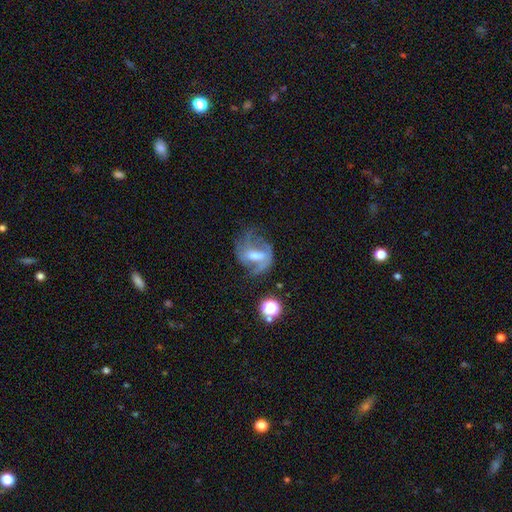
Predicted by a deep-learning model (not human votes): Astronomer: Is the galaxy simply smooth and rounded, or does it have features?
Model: featured or disk — 70%.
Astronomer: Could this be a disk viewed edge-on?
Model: no — 96%.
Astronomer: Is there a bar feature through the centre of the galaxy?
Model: weak — 47% (runner-up: strong, 33%).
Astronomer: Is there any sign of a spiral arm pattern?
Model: yes — 79%.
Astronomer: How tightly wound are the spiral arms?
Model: medium — 46% (runner-up: loose, 33%).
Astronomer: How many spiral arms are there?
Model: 2 — 60%.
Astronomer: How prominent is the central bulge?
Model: moderate — 50%.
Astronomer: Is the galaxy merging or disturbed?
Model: none — 43% (runner-up: major disturbance, 30%).